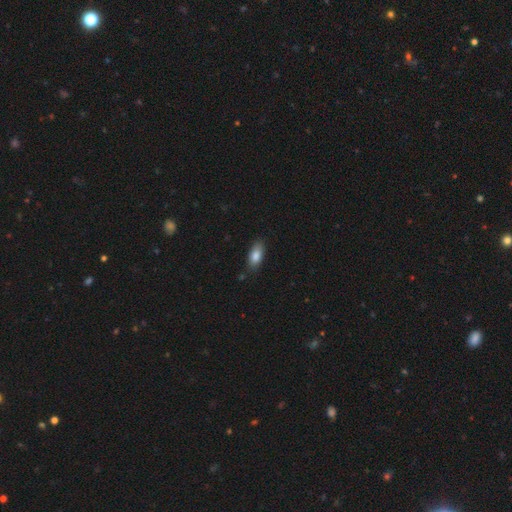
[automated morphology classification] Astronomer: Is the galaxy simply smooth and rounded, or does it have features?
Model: smooth — 84%.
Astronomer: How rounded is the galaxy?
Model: in between — 87%.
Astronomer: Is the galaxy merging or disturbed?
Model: none — 81%.